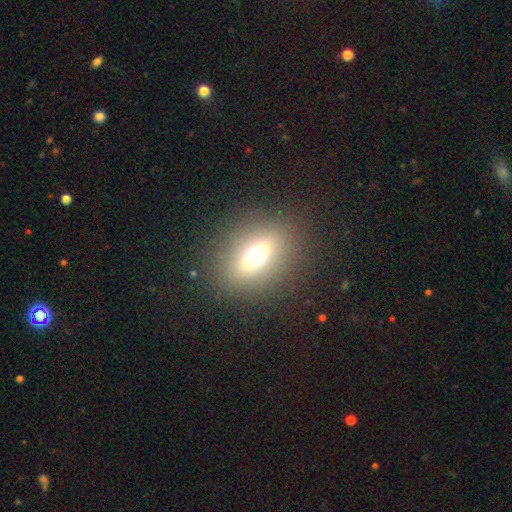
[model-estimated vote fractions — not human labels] smooth 59%, featured or disk 22%, star or artifact 19%. Down the decision tree: how rounded — in between (61%); merging — none (84%).